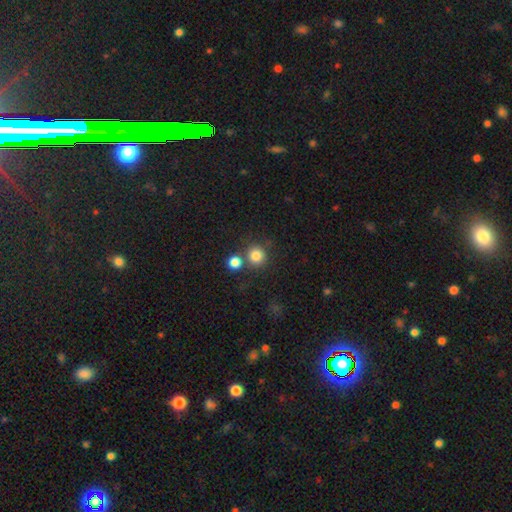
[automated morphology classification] Q: Smooth or featured?
A: smooth (82%); runner-up: star or artifact (12%)
Q: How rounded?
A: round (92%); runner-up: in between (7%)
Q: Merging?
A: none (71%); runner-up: merger (19%)